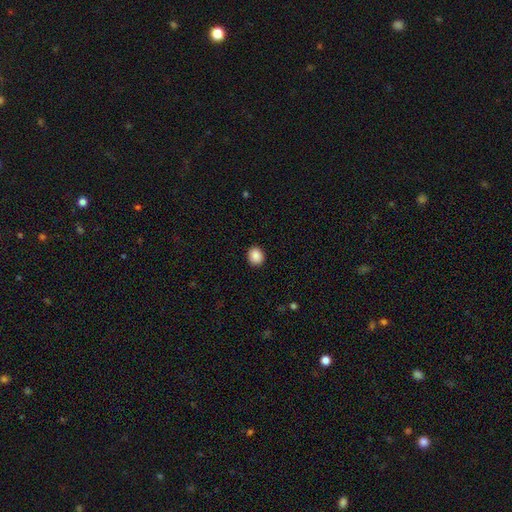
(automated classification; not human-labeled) A smooth galaxy with no disk features (89%) that is round (72%). Merging: none (91%).